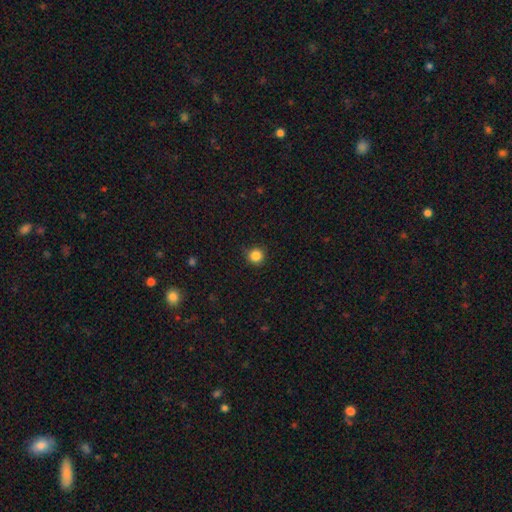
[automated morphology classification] This appears to be a smooth galaxy with no disk features (86%) that is round (95%). Merging: none (90%).